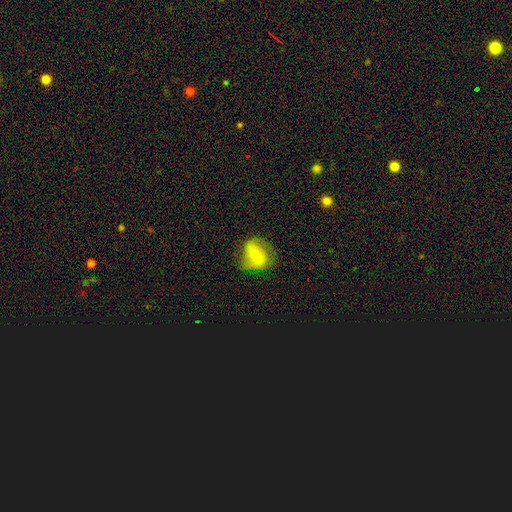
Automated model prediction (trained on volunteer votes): Morphology: type=featured or disk (49%); merging=none (56%).